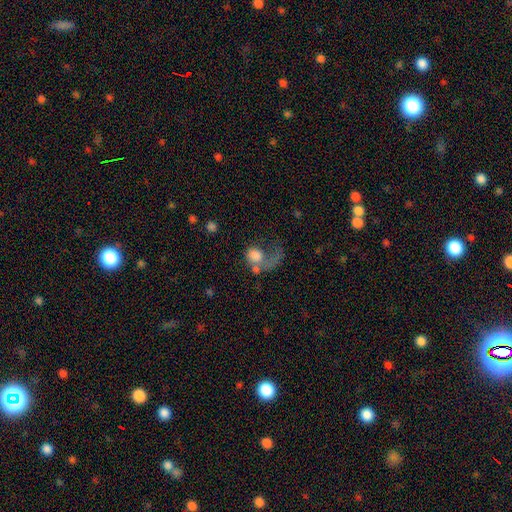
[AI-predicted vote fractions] This is likely a smooth galaxy (64%). How rounded: possibly round (56%). Merging: possibly major disturbance (49%).